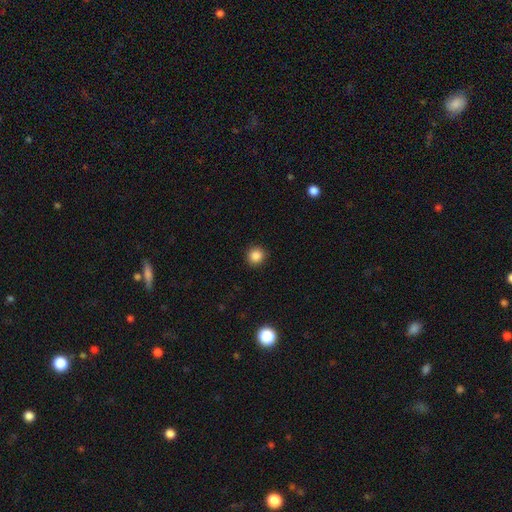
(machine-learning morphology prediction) Smooth or featured? smooth (86%)
How rounded? round (93%)
Merging? none (92%)